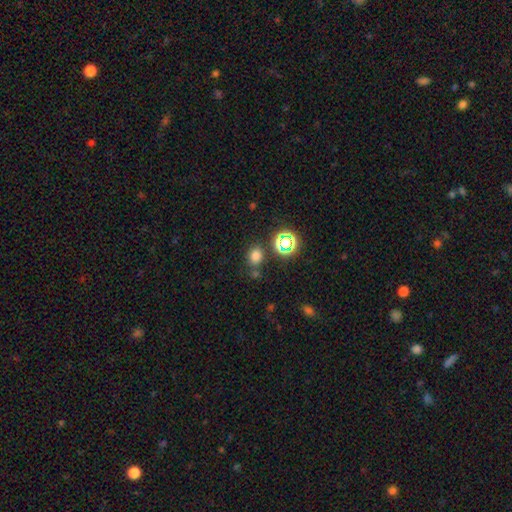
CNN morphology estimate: A smooth galaxy with no disk features (72%) that is round (57%).

Vote fractions:
- Smooth or featured? smooth: 72% / star or artifact: 22% / featured or disk: 6%
- How rounded? round: 57% / in between: 42% / cigar-shaped: 1%
- Merging? none: 75% / minor disturbance: 11% / merger: 9% / major disturbance: 4%